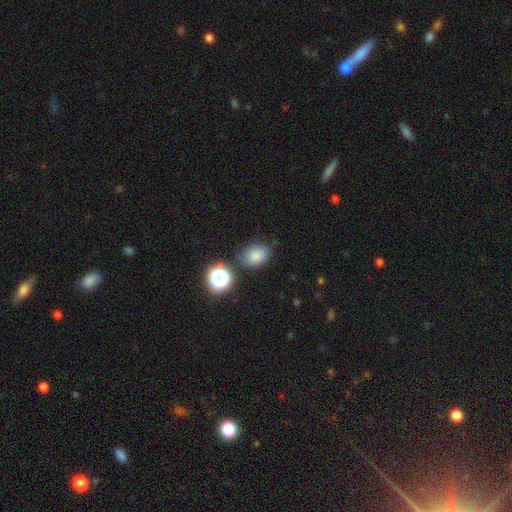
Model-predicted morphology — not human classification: Smooth or featured? Predicted: smooth (p=0.74). How rounded? Predicted: in between (p=0.52). Merging? Predicted: none (p=0.75).